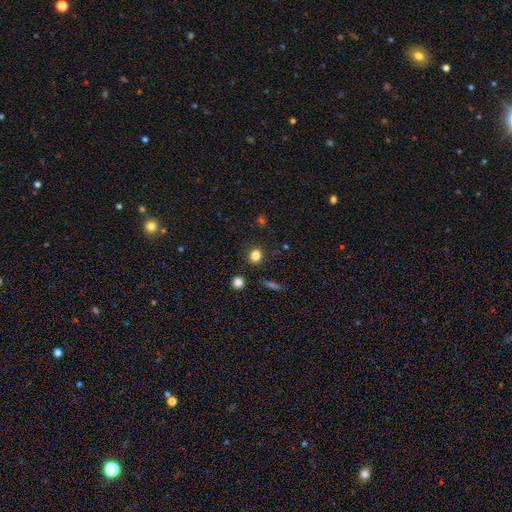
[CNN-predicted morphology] This is clearly a smooth galaxy (82%). How rounded: possibly round (54%). Merging: clearly none (86%).